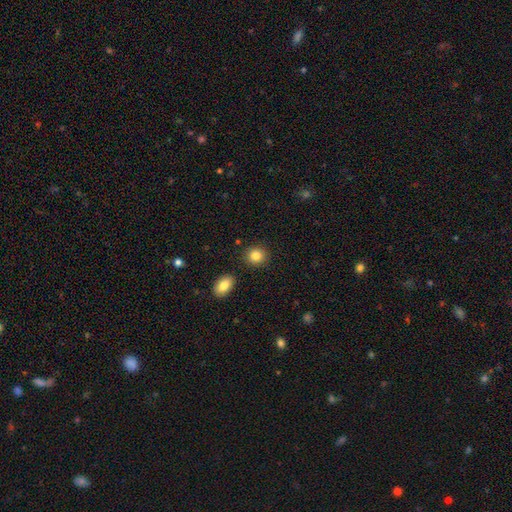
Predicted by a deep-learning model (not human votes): A smooth galaxy with no disk features (85%) that is round (80%). Merging: none (87%).